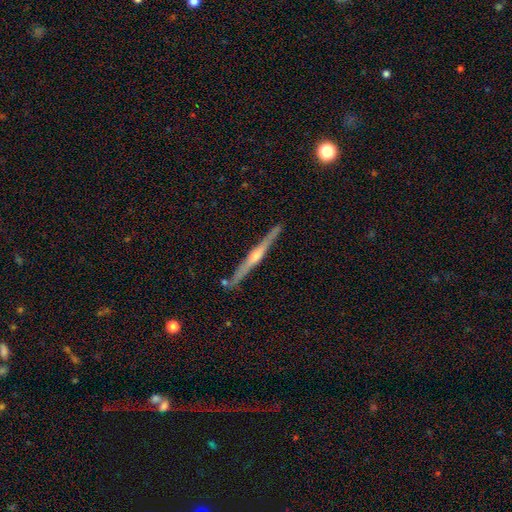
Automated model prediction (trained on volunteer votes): A featured or disk galaxy (82%) viewed edge-on (98%) with a rounded central bulge (85%).

Vote fractions:
- Smooth or featured? featured or disk: 82% / smooth: 13% / star or artifact: 5%
- Edge-on disk? yes: 98% / no: 2%
- Edge-on bulge? rounded: 85% / none: 9% / boxy: 5%
- Merging? none: 90% / minor disturbance: 7% / merger: 2% / major disturbance: 1%